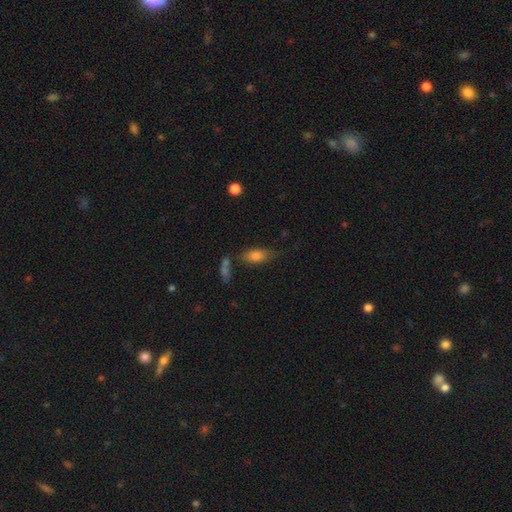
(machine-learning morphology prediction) smooth-or-featured: smooth: 76% | featured or disk: 16% | star or artifact: 9%
  how-rounded: in between: 79% | cigar-shaped: 17% | round: 4%
  merging: none: 61% | minor disturbance: 20% | merger: 11% | major disturbance: 7%